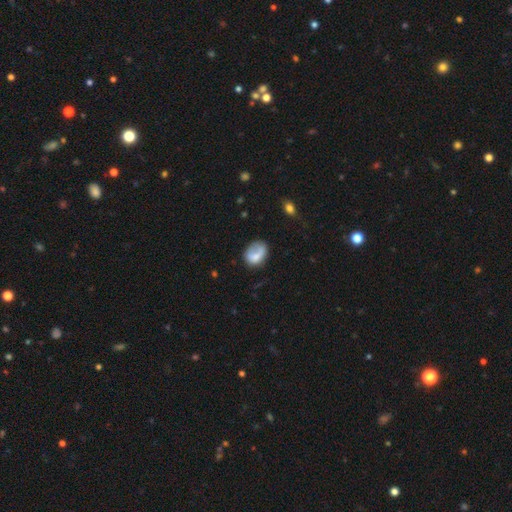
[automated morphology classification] Smooth or featured? Predicted: smooth (p=0.67). How rounded? Predicted: in between (p=0.63). Merging? Predicted: none (p=0.40).